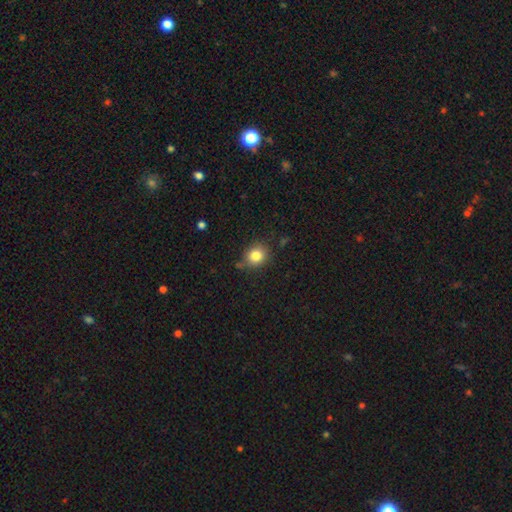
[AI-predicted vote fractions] This is clearly a smooth galaxy (82%). How rounded: clearly round (81%). Merging: likely none (76%).